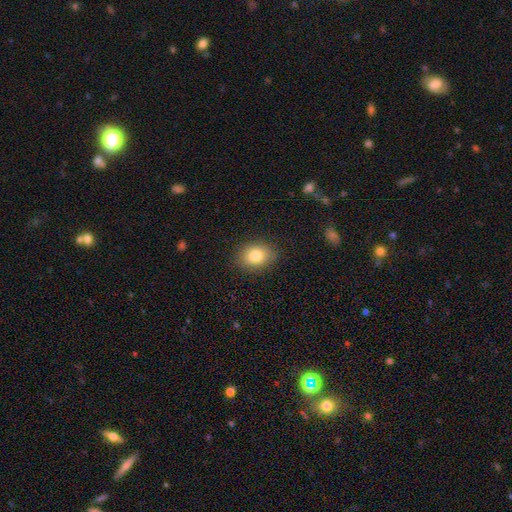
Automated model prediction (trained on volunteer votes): This is clearly a smooth galaxy (83%). How rounded: likely in between (62%). Merging: clearly none (86%).